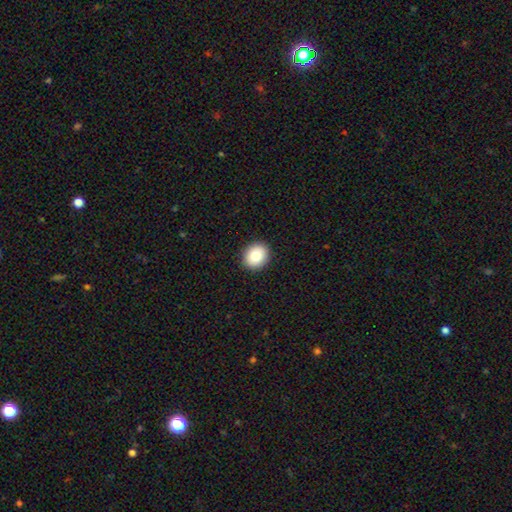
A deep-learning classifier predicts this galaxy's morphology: Smooth or featured? Predicted: smooth (p=0.82). How rounded? Predicted: round (p=0.72). Merging? Predicted: none (p=0.92).